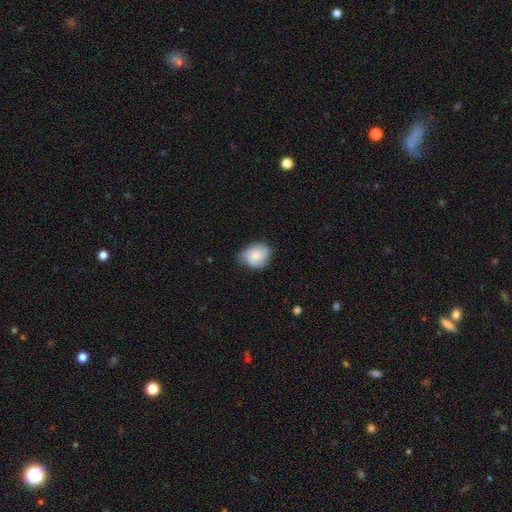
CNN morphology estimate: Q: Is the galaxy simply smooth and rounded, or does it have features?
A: smooth — 77%.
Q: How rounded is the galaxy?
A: round — 56%.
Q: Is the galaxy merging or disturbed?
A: none — 56%.